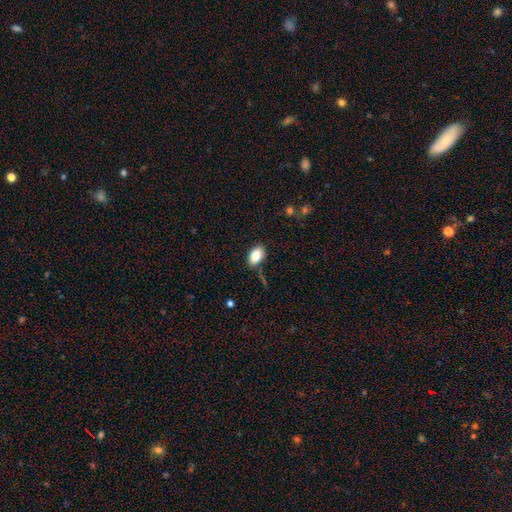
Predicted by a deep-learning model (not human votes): This appears to be a smooth galaxy with no disk features (81%) that is in between round and cigar-shaped (91%). Merging: none (80%).